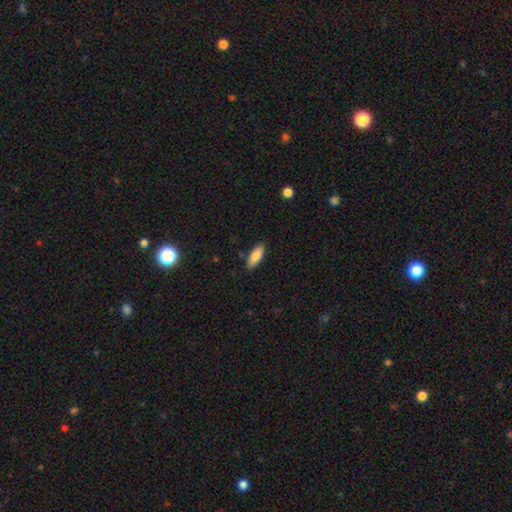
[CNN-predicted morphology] Q: Smooth or featured?
A: smooth (82%); runner-up: featured or disk (12%)
Q: How rounded?
A: in between (69%); runner-up: cigar-shaped (29%)
Q: Merging?
A: none (85%); runner-up: minor disturbance (11%)